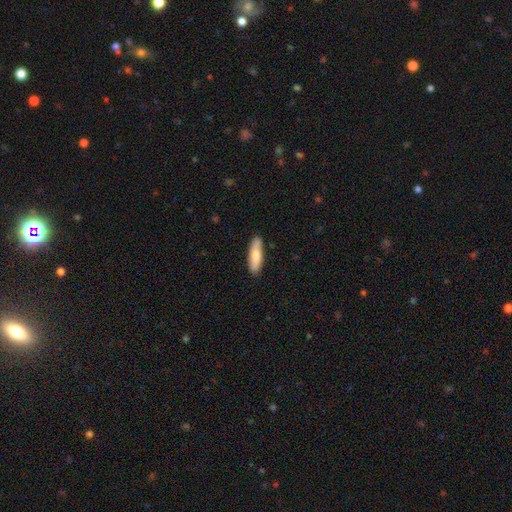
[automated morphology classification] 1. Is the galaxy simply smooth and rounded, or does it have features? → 79% smooth, 16% featured or disk, 5% star or artifact.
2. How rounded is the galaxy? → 59% cigar-shaped, 40% in between, 2% round.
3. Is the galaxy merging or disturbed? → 86% none, 11% minor disturbance, 2% major disturbance, 1% merger.